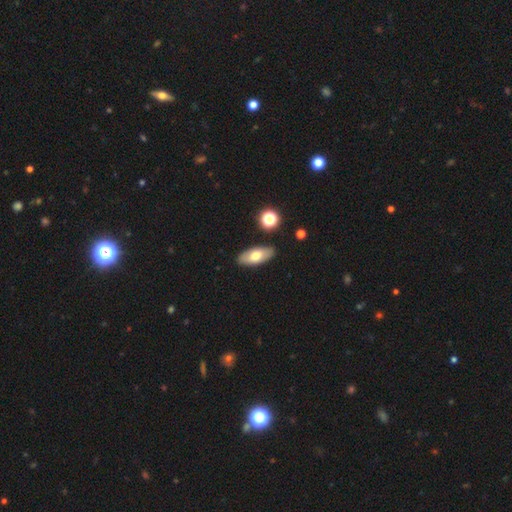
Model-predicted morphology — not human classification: Overall: smooth (66%; featured or disk 27%). How rounded: in between (85%). Merging: none (86%).